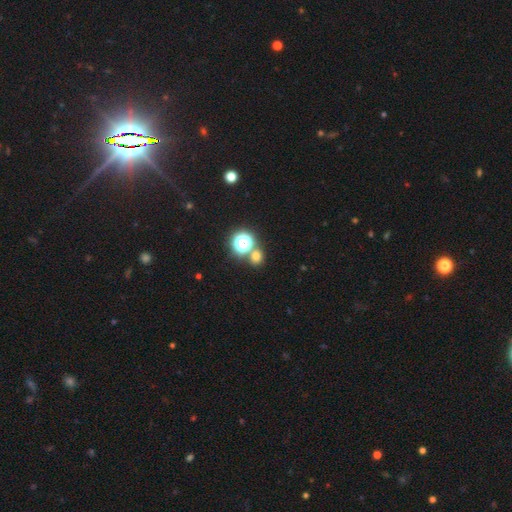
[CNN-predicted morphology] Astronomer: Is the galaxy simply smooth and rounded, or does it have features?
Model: smooth — 65%.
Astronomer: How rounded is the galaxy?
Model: round — 75%.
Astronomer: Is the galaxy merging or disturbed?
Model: none — 70%.